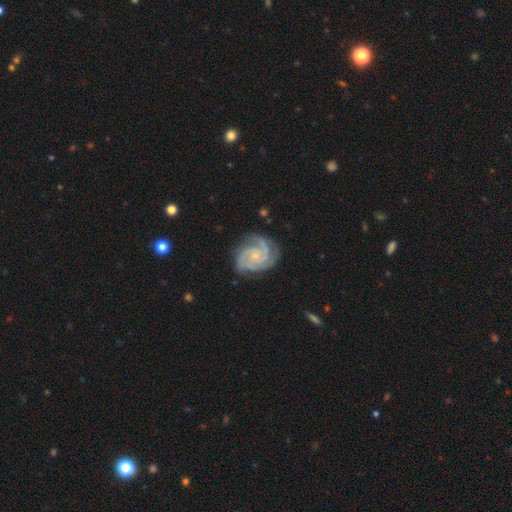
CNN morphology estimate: Smooth or featured: featured or disk — 91% (smooth — 5%)
Edge-on disk: no — 98% (yes — 2%)
Bar: no — 73% (weak — 22%)
Spiral arms: yes — 98% (no — 2%)
Spiral winding: tight — 66% (medium — 30%)
Spiral arm count: 3 — 50% (2 — 22%)
Bulge size: small — 78% (moderate — 14%)
Merging: none — 76% (minor disturbance — 17%)